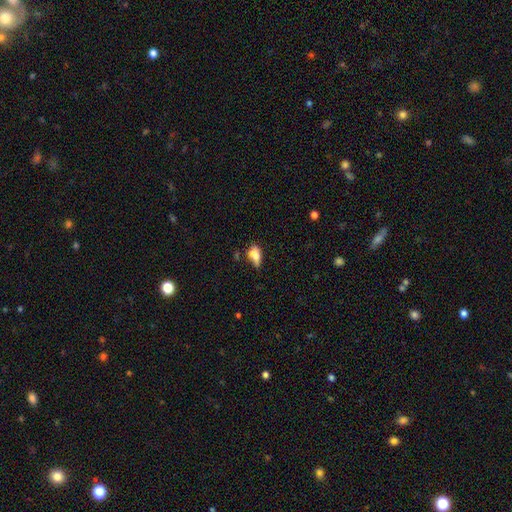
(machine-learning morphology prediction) Smooth or featured? Predicted: smooth (p=0.66). How rounded? Predicted: in between (p=0.78). Merging? Predicted: none (p=0.32).